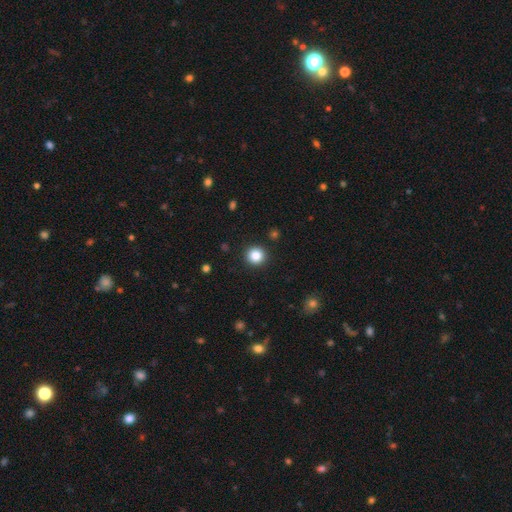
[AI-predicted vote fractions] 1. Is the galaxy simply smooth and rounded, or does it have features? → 84% smooth, 11% star or artifact, 5% featured or disk.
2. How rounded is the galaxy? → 94% round, 5% in between, 1% cigar-shaped.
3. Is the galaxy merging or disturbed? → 92% none, 5% minor disturbance, 2% major disturbance, 1% merger.